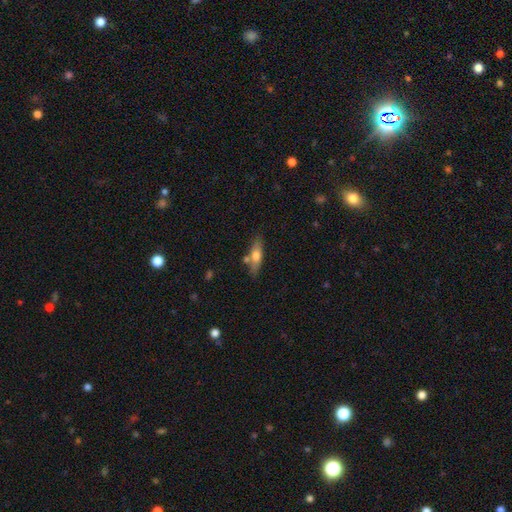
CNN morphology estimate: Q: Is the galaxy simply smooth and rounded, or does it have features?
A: smooth — 60%.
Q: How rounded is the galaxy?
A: cigar-shaped — 55%.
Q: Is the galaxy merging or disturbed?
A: none — 71%.